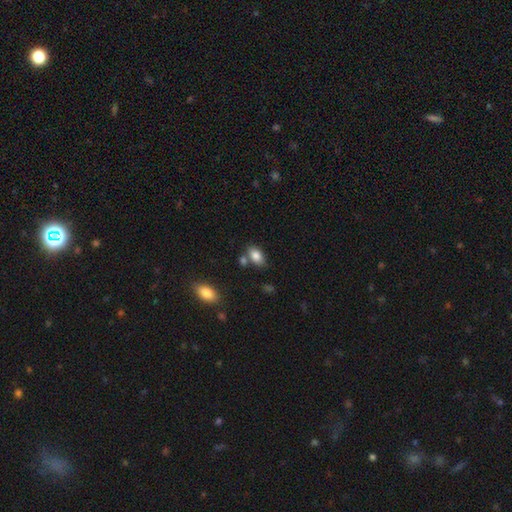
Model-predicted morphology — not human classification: Q: Smooth or featured?
A: smooth (84%); runner-up: star or artifact (8%)
Q: How rounded?
A: in between (88%); runner-up: round (10%)
Q: Merging?
A: none (66%); runner-up: merger (16%)